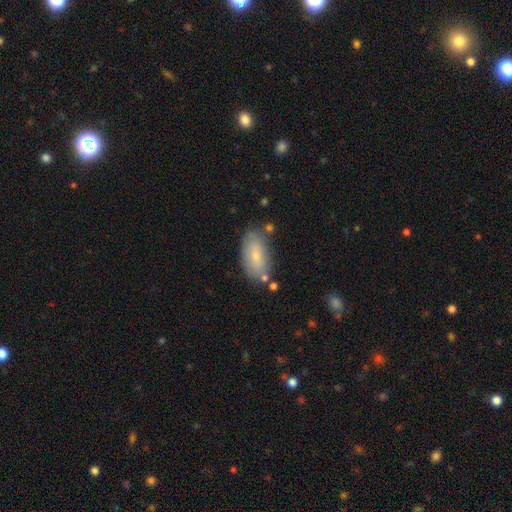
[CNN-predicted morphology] A smooth galaxy with no disk features (68%) that is in between round and cigar-shaped (91%). Merging: none (72%).